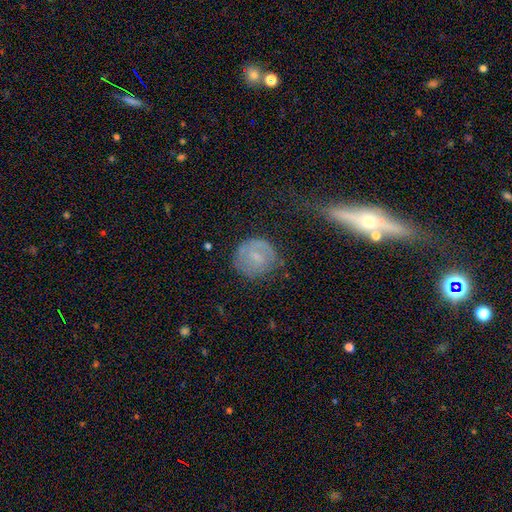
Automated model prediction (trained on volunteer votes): smooth-or-featured: smooth: 51% | featured or disk: 40% | star or artifact: 9%
  how-rounded: round: 86% | in between: 13% | cigar-shaped: 1%
  merging: none: 68% | minor disturbance: 20% | major disturbance: 10% | merger: 3%